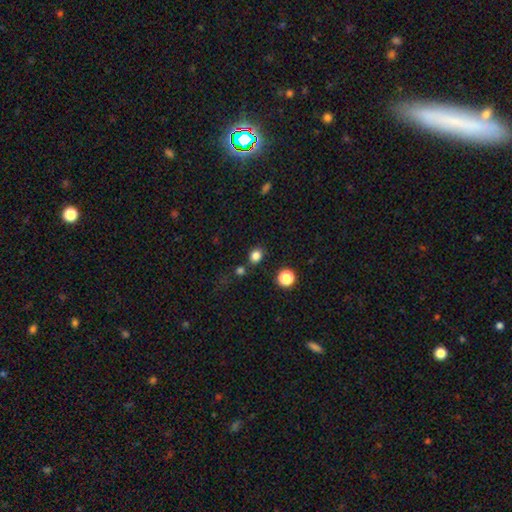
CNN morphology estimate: This is clearly a smooth galaxy (81%). How rounded: likely round (63%). Merging: likely none (78%).